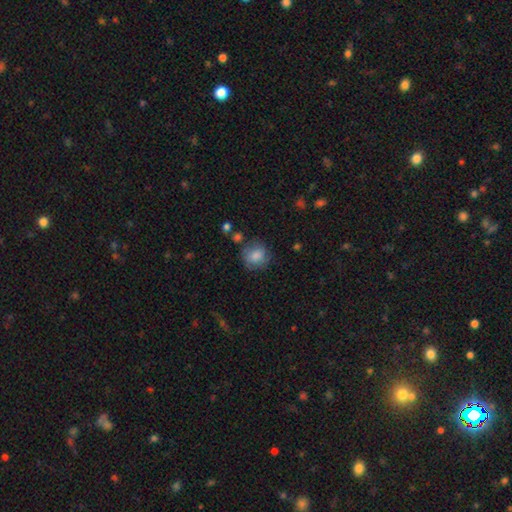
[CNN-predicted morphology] Smooth or featured: smooth — 83% (featured or disk — 9%)
How rounded: round — 78% (in between — 21%)
Merging: none — 73% (minor disturbance — 18%)